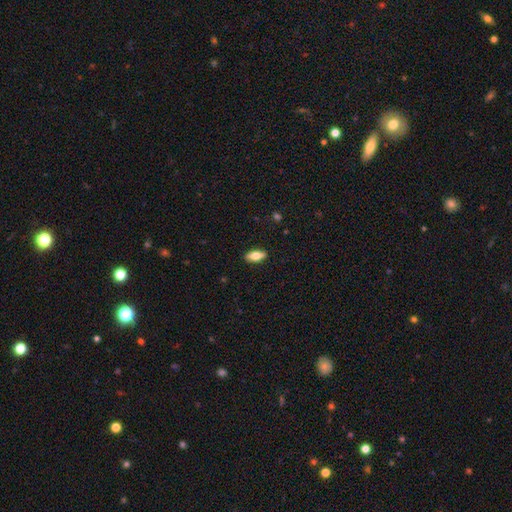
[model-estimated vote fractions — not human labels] smooth 70%, featured or disk 23%, star or artifact 7%. Down the decision tree: how rounded — in between (79%); merging — none (88%).